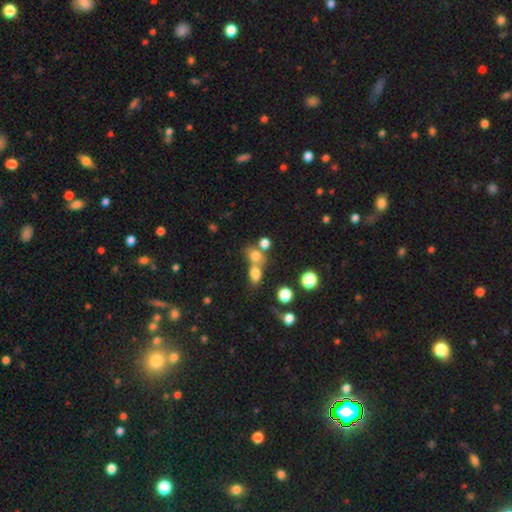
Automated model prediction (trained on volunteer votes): Smooth or featured? smooth (73%)
How rounded? round (64%)
Merging? merger (47%)